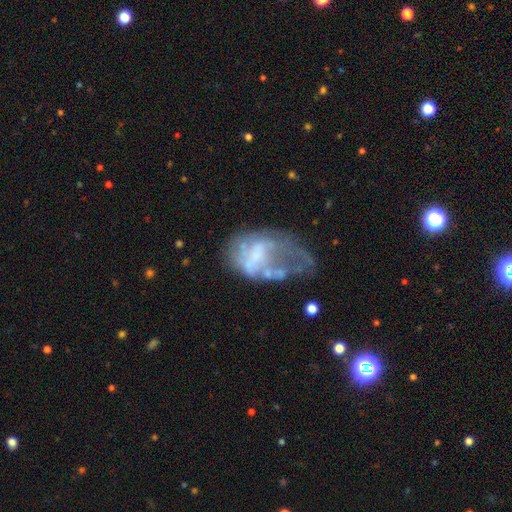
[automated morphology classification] smooth_or_featured: featured or disk (p=0.60) [alt: smooth p=0.28]
disk_edge_on: no (p=0.97) [alt: yes p=0.03]
bar: no (p=0.69) [alt: weak p=0.23]
has_spiral_arms: no (p=0.76) [alt: yes p=0.24]
bulge_size: none (p=0.56) [alt: moderate p=0.18]
merging: major disturbance (p=0.47) [alt: none p=0.21]